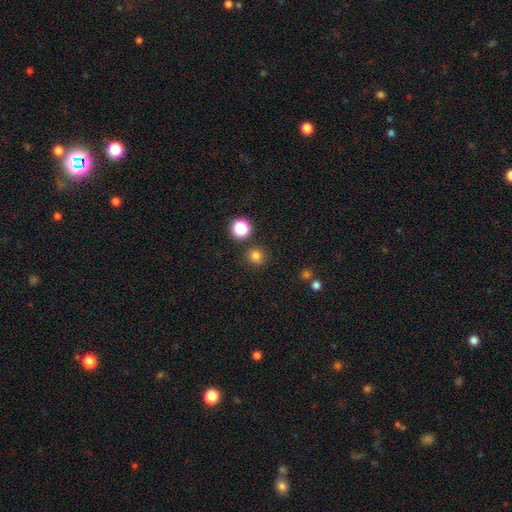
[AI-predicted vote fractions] Morphology: type=smooth (79%); roundness=round (91%); merging=none (85%).